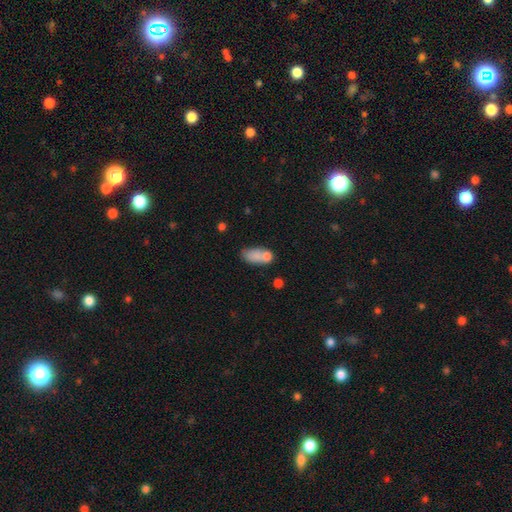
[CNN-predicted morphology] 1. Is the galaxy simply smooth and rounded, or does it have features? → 75% smooth, 16% featured or disk, 9% star or artifact.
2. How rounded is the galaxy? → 85% in between, 8% round, 7% cigar-shaped.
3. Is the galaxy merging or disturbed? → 37% none, 35% merger, 19% minor disturbance, 9% major disturbance.